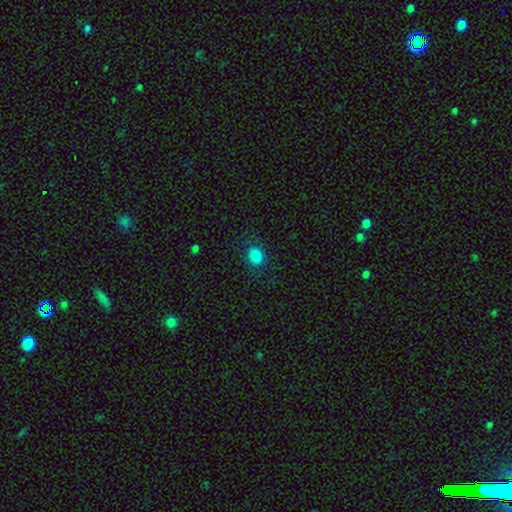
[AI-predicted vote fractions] smooth-or-featured: smooth: 86% | star or artifact: 11% | featured or disk: 3%
  how-rounded: in between: 61% | round: 38% | cigar-shaped: 1%
  merging: none: 83% | minor disturbance: 12% | major disturbance: 4% | merger: 1%